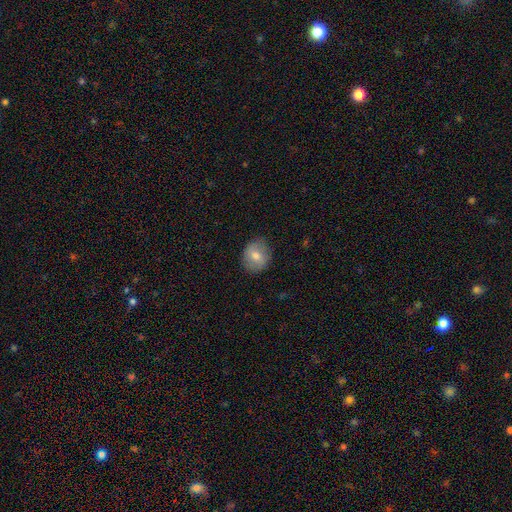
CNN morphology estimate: Overall: smooth (67%). How rounded: round (70%). Merging: none (85%).